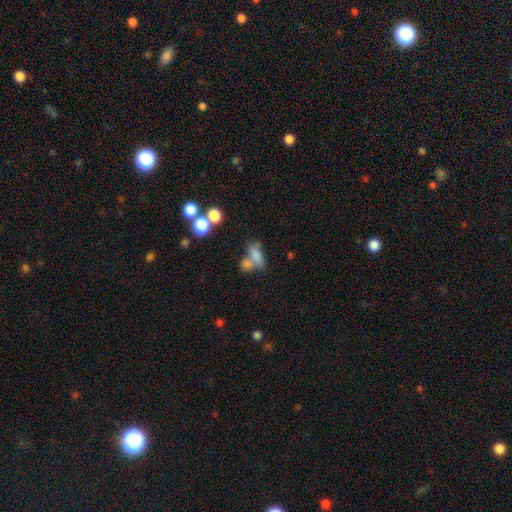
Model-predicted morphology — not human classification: Smooth or featured? Predicted: smooth (p=0.71). How rounded? Predicted: in between (p=0.76). Merging? Predicted: merger (p=0.49).